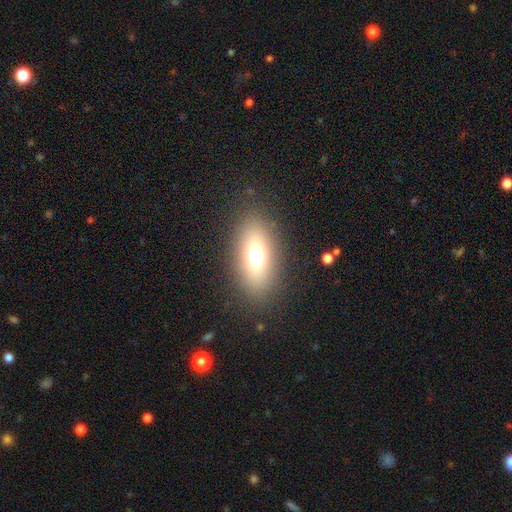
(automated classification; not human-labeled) smooth 64%, featured or disk 20%, star or artifact 17%. Down the decision tree: how rounded — in between (79%); merging — none (84%).